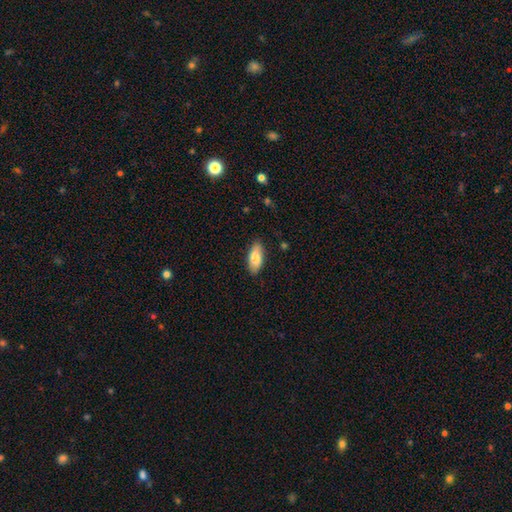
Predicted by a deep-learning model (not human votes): Morphology: type=smooth (80%); roundness=in between (84%); merging=none (85%).